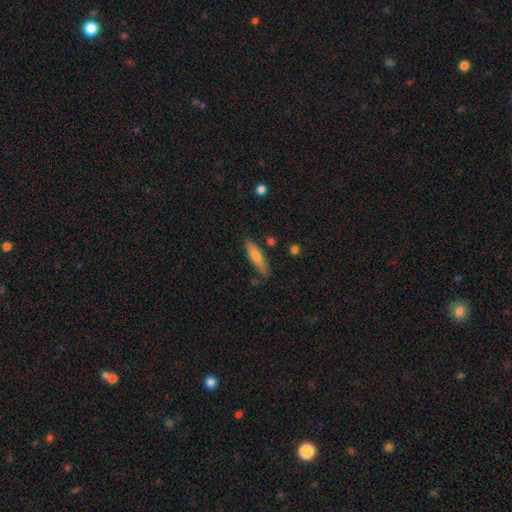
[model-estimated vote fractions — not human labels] Smooth or featured?
  - smooth: 68% *
  - featured or disk: 25%
  - star or artifact: 7%
How rounded?
  - cigar-shaped: 72% *
  - in between: 26%
  - round: 2%
Merging?
  - none: 78% *
  - minor disturbance: 15%
  - merger: 3%
  - major disturbance: 3%